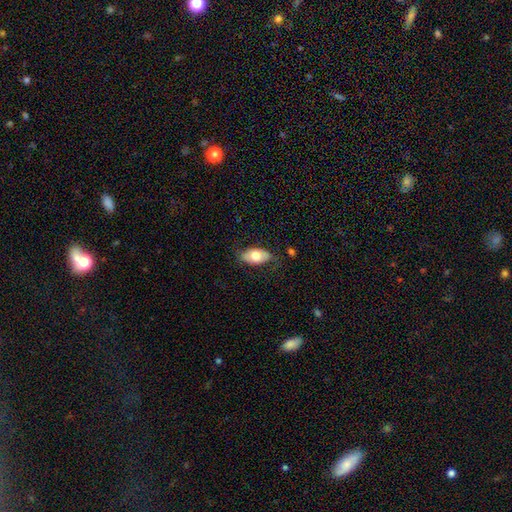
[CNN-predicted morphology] This appears to be a smooth galaxy with no disk features (71%) that is in between round and cigar-shaped (93%). Merging: none (76%).